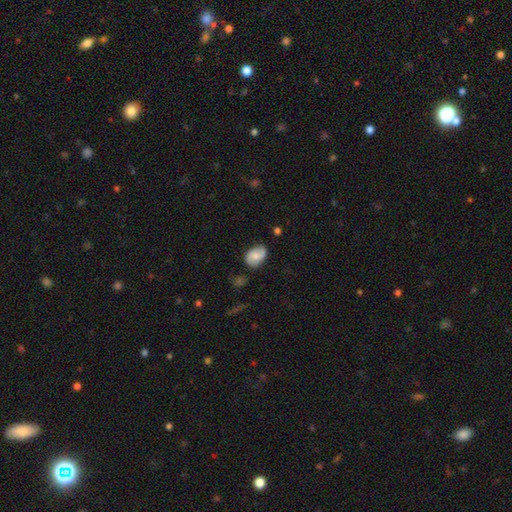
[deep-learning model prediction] A smooth galaxy with no disk features (59%) that is in between round and cigar-shaped (84%).

Vote fractions:
- Smooth or featured? smooth: 59% / featured or disk: 33% / star or artifact: 8%
- How rounded? in between: 84% / round: 15% / cigar-shaped: 1%
- Merging? none: 70% / minor disturbance: 23% / major disturbance: 5% / merger: 2%